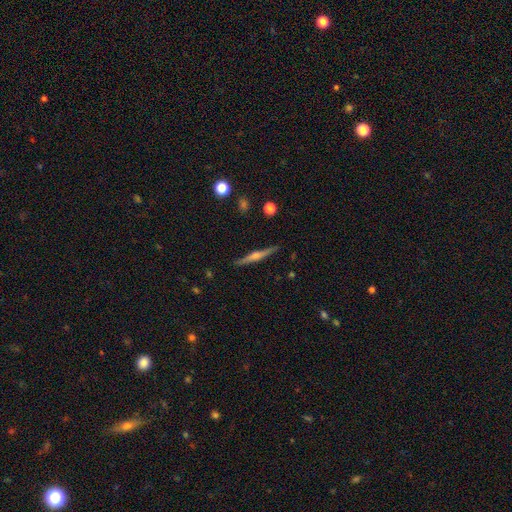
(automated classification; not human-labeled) This appears to be a featured or disk galaxy (71%) viewed edge-on (98%) with a rounded central bulge (76%). Merging: none (91%).